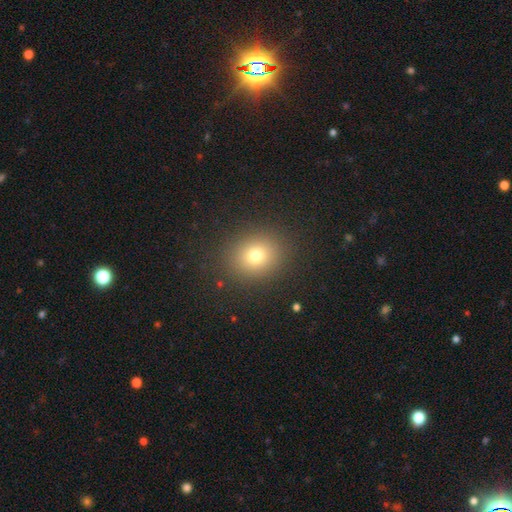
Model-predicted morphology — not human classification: smooth_or_featured: smooth (p=0.76) [alt: star or artifact p=0.15]
how_rounded: round (p=0.64) [alt: in between p=0.35]
merging: none (p=0.89) [alt: minor disturbance p=0.07]